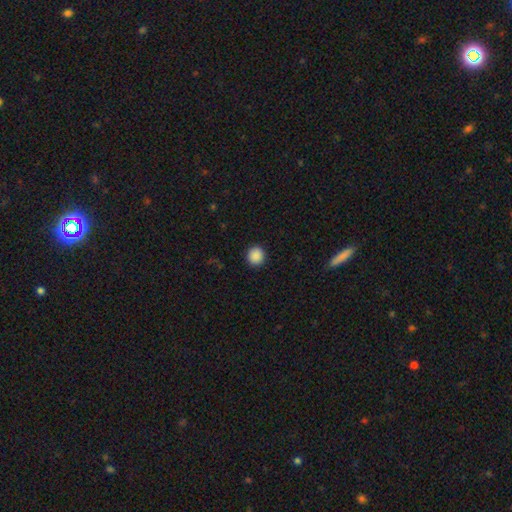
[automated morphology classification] A smooth galaxy with no disk features (89%) that is round (90%).

Vote fractions:
- Smooth or featured? smooth: 89% / star or artifact: 9% / featured or disk: 2%
- How rounded? round: 90% / in between: 9% / cigar-shaped: 1%
- Merging? none: 92% / minor disturbance: 5% / major disturbance: 2% / merger: 1%